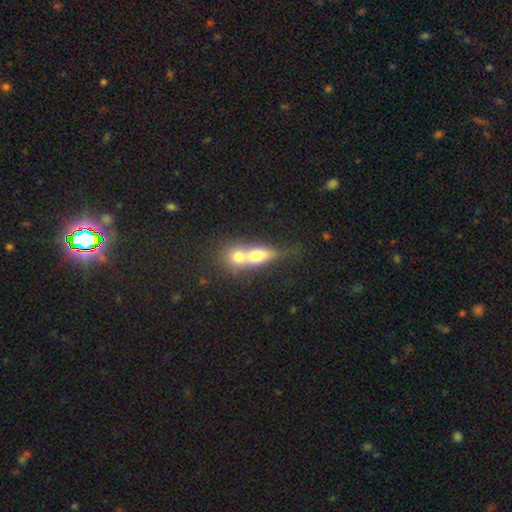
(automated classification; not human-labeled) A smooth galaxy with no disk features (65%) that is in between round and cigar-shaped (58%).

Vote fractions:
- Smooth or featured? smooth: 65% / featured or disk: 27% / star or artifact: 8%
- How rounded? in between: 58% / round: 25% / cigar-shaped: 17%
- Merging? merger: 74% / none: 16% / minor disturbance: 6% / major disturbance: 4%